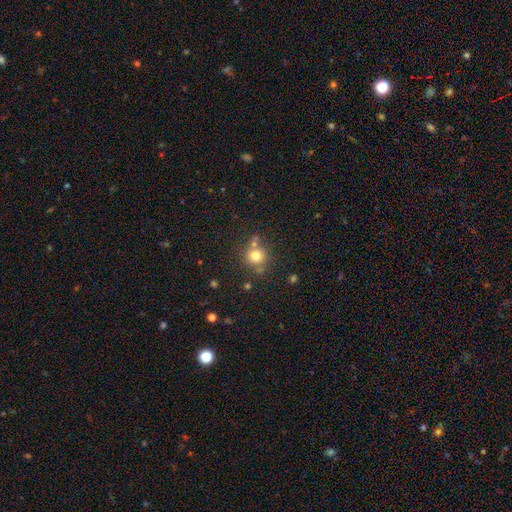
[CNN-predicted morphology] smooth-or-featured: smooth: 75% | star or artifact: 15% | featured or disk: 10%
  how-rounded: round: 90% | in between: 9% | cigar-shaped: 1%
  merging: none: 68% | merger: 17% | minor disturbance: 12% | major disturbance: 4%